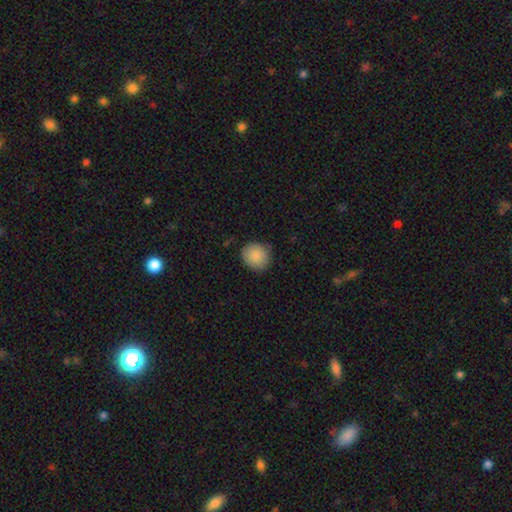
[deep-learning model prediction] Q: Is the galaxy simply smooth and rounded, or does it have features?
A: smooth — 88%.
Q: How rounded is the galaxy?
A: round — 83%.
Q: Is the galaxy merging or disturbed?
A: none — 84%.